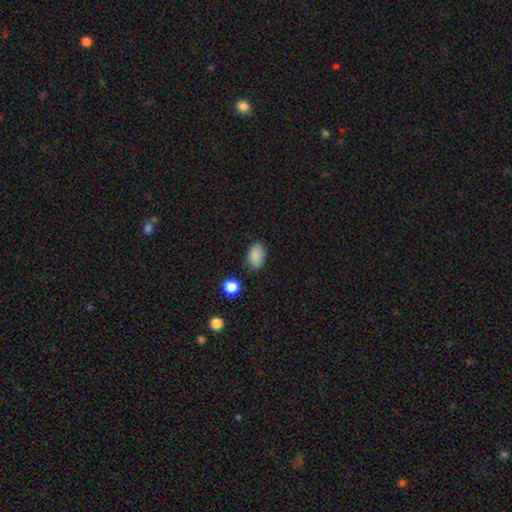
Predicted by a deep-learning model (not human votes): smooth_or_featured: smooth (p=0.86) [alt: star or artifact p=0.09]
how_rounded: in between (p=0.85) [alt: round p=0.14]
merging: none (p=0.82) [alt: minor disturbance p=0.13]